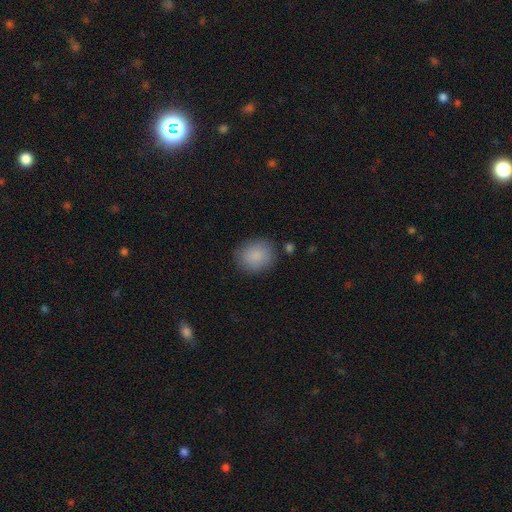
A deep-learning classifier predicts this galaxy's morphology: type=smooth (87%); roundness=round (69%); merging=none (82%).